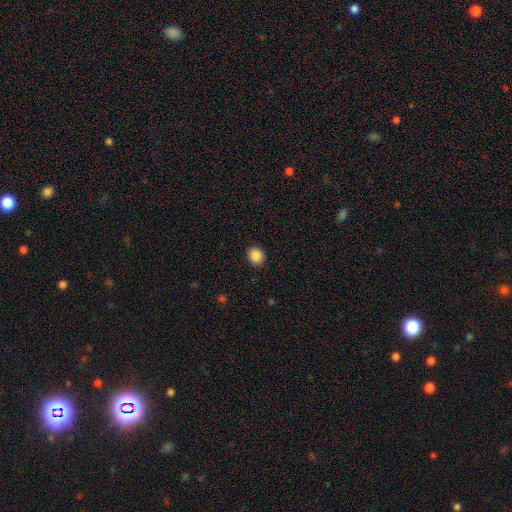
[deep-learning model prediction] A smooth galaxy with no disk features (88%) that is round (80%).

Vote fractions:
- Smooth or featured? smooth: 88% / star or artifact: 9% / featured or disk: 3%
- How rounded? round: 80% / in between: 19% / cigar-shaped: 1%
- Merging? none: 91% / minor disturbance: 6% / major disturbance: 2% / merger: 1%